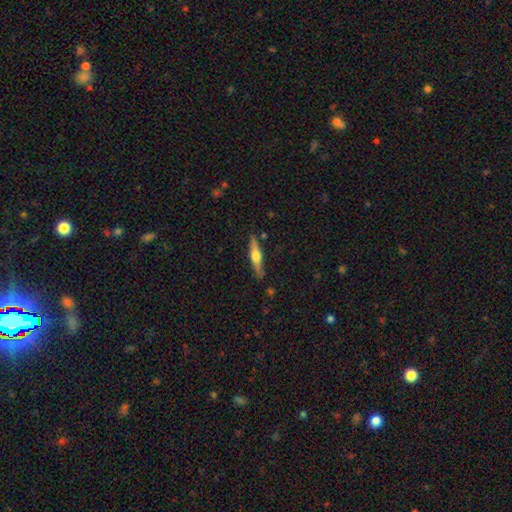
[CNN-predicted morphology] The model was most divided on "smooth or featured": featured or disk: 61%, smooth: 34%, star or artifact: 6%. More confident: edge-on disk — yes (96%); edge-on bulge — rounded (92%); merging — none (85%).